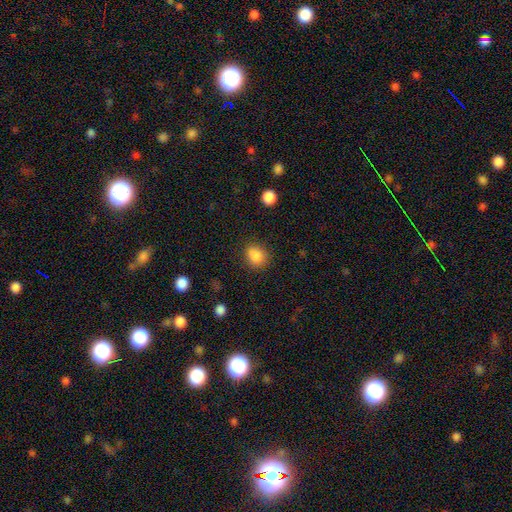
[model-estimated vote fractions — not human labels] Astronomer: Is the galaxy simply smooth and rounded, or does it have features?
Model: smooth — 85%.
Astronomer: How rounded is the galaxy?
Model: round — 60% (runner-up: in between, 39%).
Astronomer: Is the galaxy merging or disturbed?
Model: none — 80%.